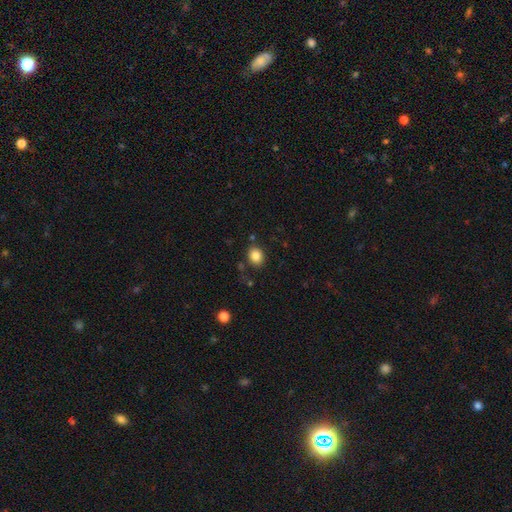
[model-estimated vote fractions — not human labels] This is clearly a smooth galaxy (85%). How rounded: possibly round (58%). Merging: clearly none (80%).